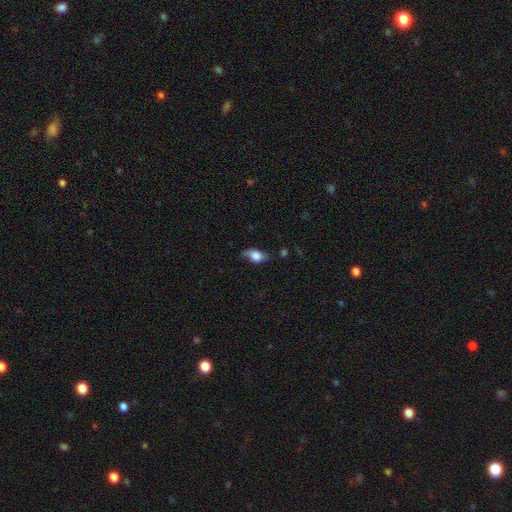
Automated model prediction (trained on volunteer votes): This is likely a smooth galaxy (67%). How rounded: clearly in between (82%). Merging: possibly none (59%).